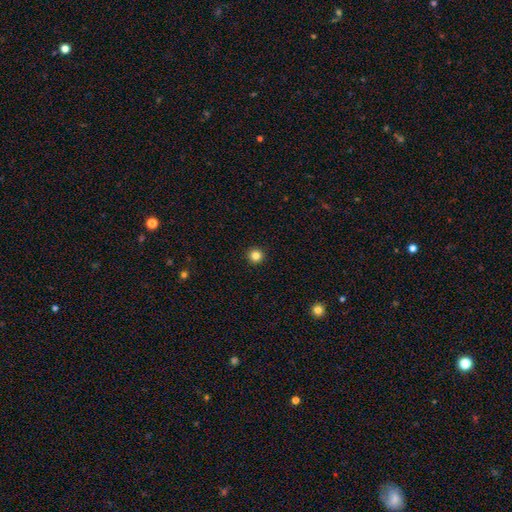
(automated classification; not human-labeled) A smooth galaxy with no disk features (84%) that is round (96%).

Vote fractions:
- Smooth or featured? smooth: 84% / star or artifact: 12% / featured or disk: 4%
- How rounded? round: 96% / in between: 3% / cigar-shaped: 1%
- Merging? none: 94% / minor disturbance: 4% / major disturbance: 1% / merger: 1%